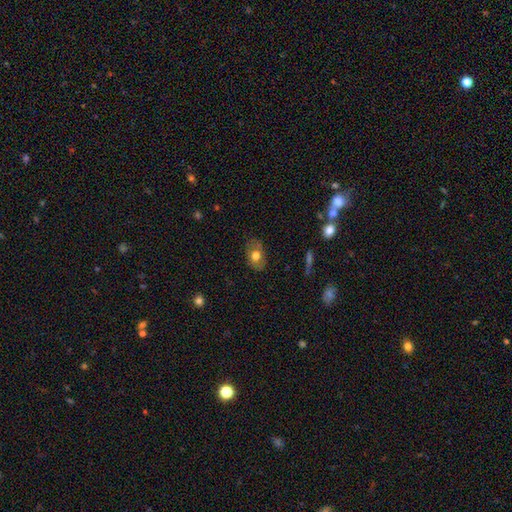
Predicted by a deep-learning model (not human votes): A smooth galaxy with no disk features (65%) that is in between round and cigar-shaped (77%). Merging: none (78%).